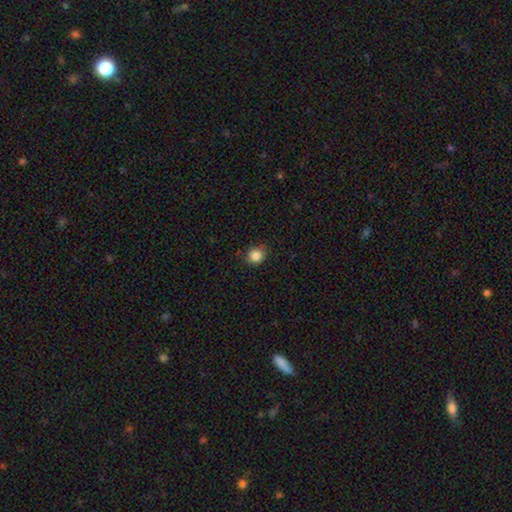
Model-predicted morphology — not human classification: Q: Smooth or featured?
A: smooth (86%); runner-up: star or artifact (11%)
Q: How rounded?
A: round (83%); runner-up: in between (16%)
Q: Merging?
A: none (85%); runner-up: minor disturbance (12%)